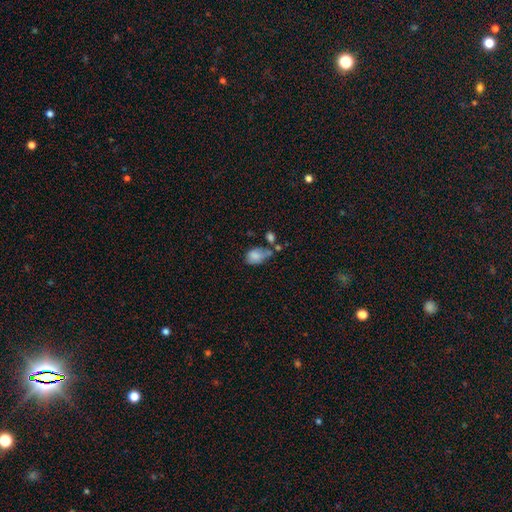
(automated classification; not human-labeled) A smooth galaxy with no disk features (76%) that is in between round and cigar-shaped (81%). Merging: none (30%).